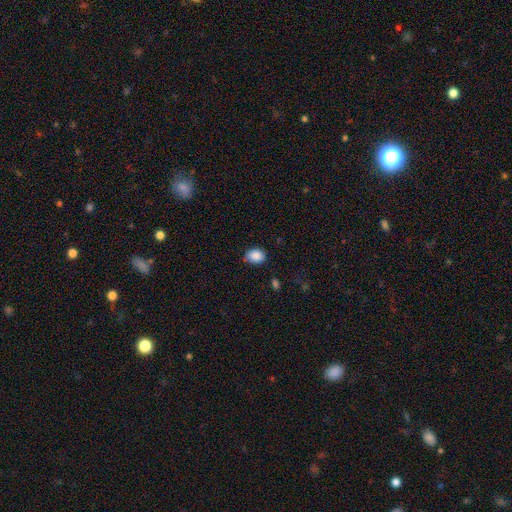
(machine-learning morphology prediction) smooth-or-featured: smooth: 88% | star or artifact: 8% | featured or disk: 4%
  how-rounded: in between: 59% | round: 40% | cigar-shaped: 1%
  merging: none: 73% | minor disturbance: 21% | major disturbance: 4% | merger: 2%